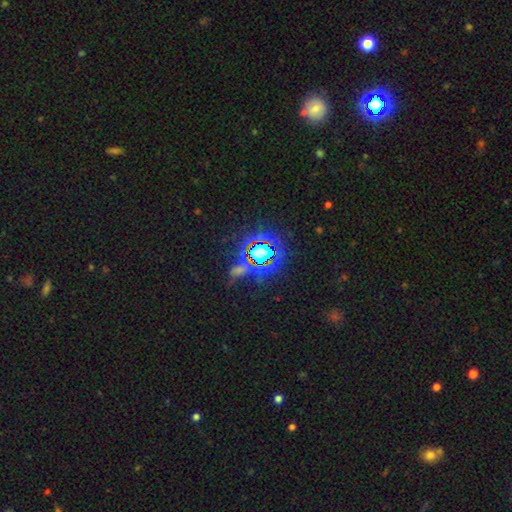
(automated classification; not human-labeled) Smooth or featured?
  - star or artifact: 80% *
  - smooth: 12%
  - featured or disk: 8%